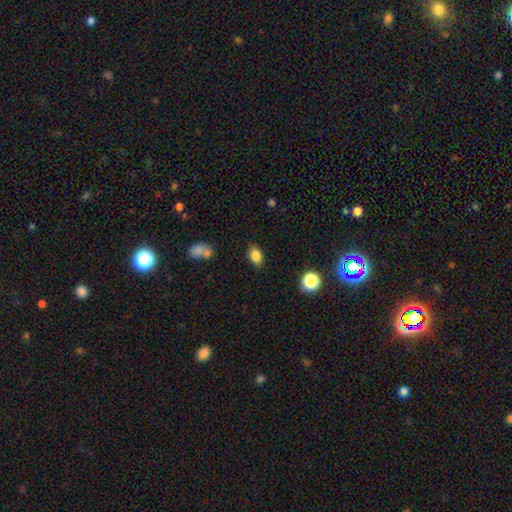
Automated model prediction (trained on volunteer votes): smooth 85%, star or artifact 10%, featured or disk 5%. Down the decision tree: how rounded — in between (79%); merging — none (84%).